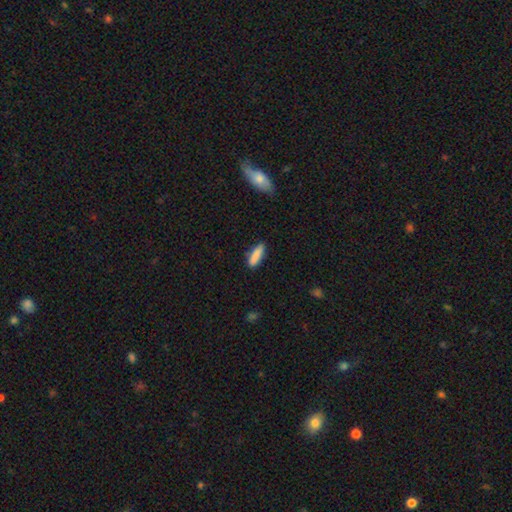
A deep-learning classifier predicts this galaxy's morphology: smooth-or-featured: smooth: 87% | featured or disk: 7% | star or artifact: 6%
  how-rounded: cigar-shaped: 61% | in between: 38% | round: 2%
  merging: none: 83% | minor disturbance: 13% | major disturbance: 2% | merger: 2%